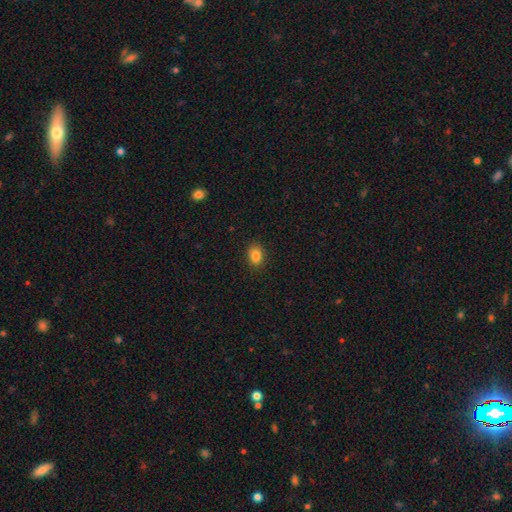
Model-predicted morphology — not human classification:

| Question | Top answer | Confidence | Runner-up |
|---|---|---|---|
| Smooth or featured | smooth | 85% | star or artifact (10%) |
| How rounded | in between | 71% | round (28%) |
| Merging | none | 89% | minor disturbance (8%) |